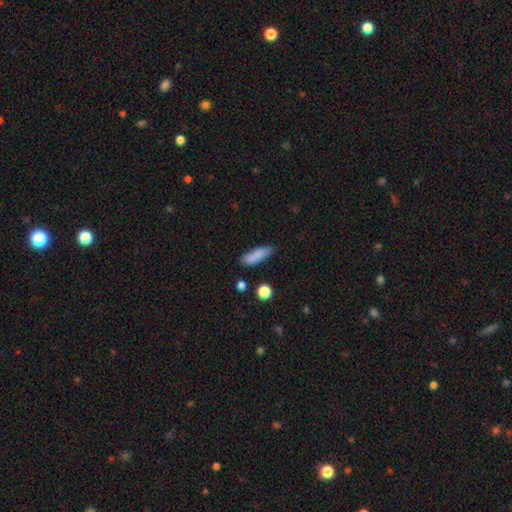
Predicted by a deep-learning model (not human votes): A smooth galaxy with no disk features (83%) that is cigar-shaped (50%).

Vote fractions:
- Smooth or featured? smooth: 83% / featured or disk: 9% / star or artifact: 8%
- How rounded? cigar-shaped: 50% / in between: 48% / round: 3%
- Merging? none: 73% / minor disturbance: 18% / merger: 4% / major disturbance: 4%